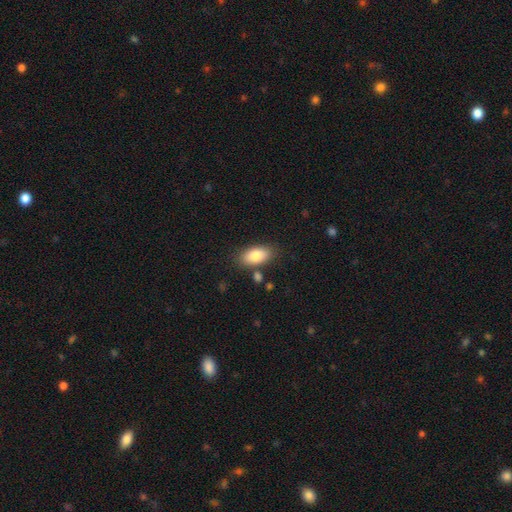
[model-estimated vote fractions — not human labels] smooth_or_featured: smooth (p=0.83) [alt: featured or disk p=0.10]
how_rounded: in between (p=0.91) [alt: cigar-shaped p=0.05]
merging: none (p=0.80) [alt: minor disturbance p=0.11]